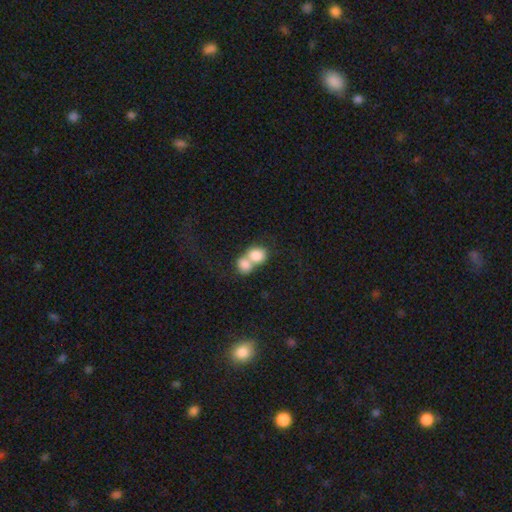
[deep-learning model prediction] smooth 80%, featured or disk 12%, star or artifact 8%. Down the decision tree: how rounded — round (53%); merging — merger (73%).